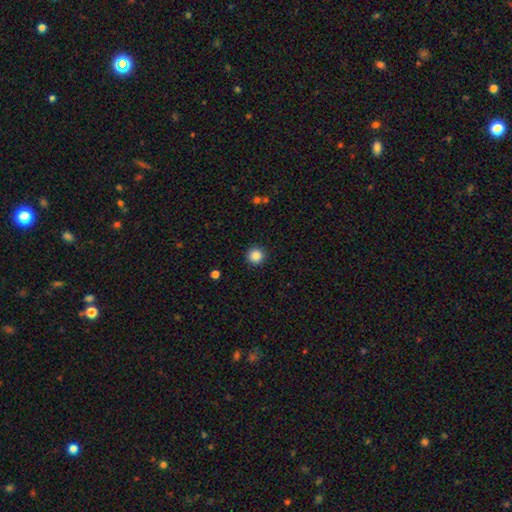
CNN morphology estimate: Smooth or featured? Predicted: smooth (p=0.87). How rounded? Predicted: round (p=0.95). Merging? Predicted: none (p=0.92).